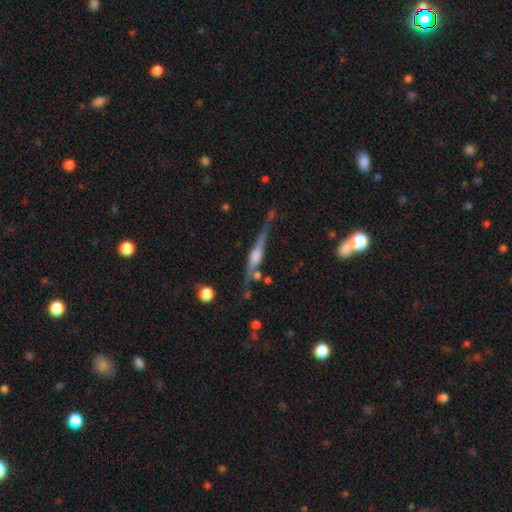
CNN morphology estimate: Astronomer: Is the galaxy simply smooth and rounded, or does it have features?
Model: featured or disk — 81%.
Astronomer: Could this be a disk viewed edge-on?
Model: yes — 97%.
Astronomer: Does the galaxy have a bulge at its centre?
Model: rounded — 76%.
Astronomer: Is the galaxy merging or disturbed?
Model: none — 75%.